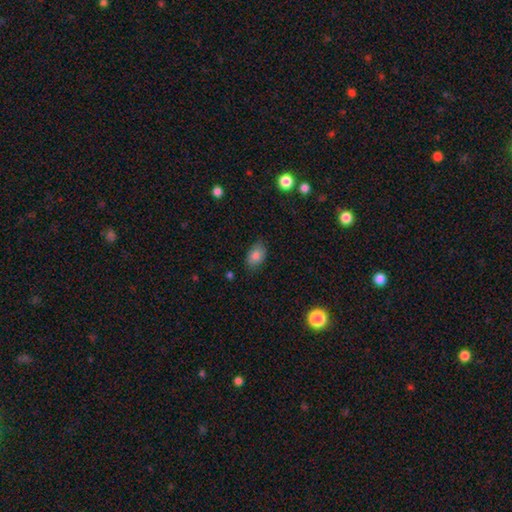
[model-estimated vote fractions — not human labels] Smooth or featured: smooth — 81% (featured or disk — 10%)
How rounded: in between — 83% (round — 16%)
Merging: none — 78% (minor disturbance — 18%)